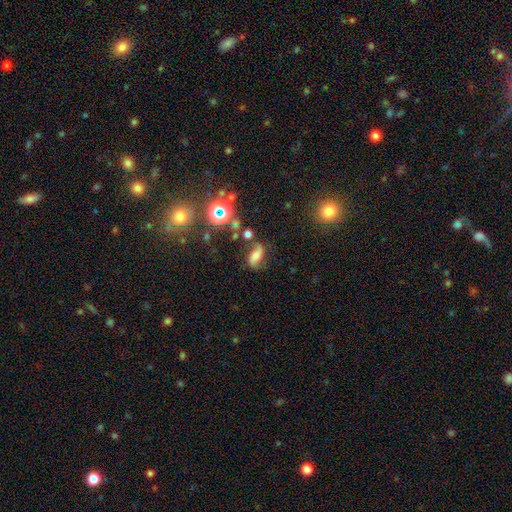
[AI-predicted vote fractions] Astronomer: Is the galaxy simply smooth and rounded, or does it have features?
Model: featured or disk — 44% (runner-up: smooth, 39%).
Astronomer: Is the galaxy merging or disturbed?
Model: none — 65%.